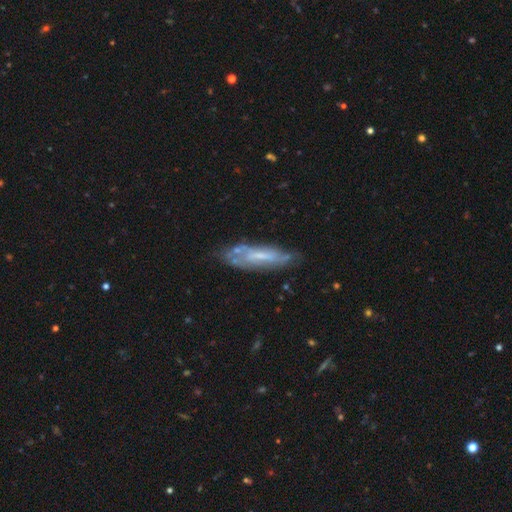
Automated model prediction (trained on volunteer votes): A featured or disk galaxy (59%).

Vote fractions:
- Smooth or featured? featured or disk: 59% / smooth: 32% / star or artifact: 10%
- Edge-on disk? no: 62% / yes: 38%
- Merging? none: 67% / minor disturbance: 21% / major disturbance: 8% / merger: 5%